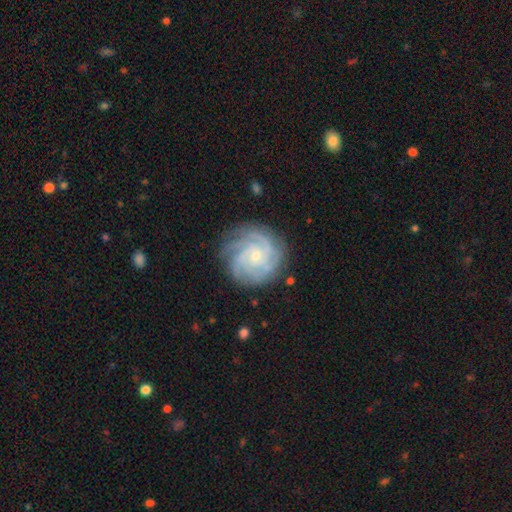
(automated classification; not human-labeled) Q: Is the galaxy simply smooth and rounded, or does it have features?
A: featured or disk — 87%.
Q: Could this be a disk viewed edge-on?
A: no — 98%.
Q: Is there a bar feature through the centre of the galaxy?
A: no — 73%.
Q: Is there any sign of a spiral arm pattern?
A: yes — 98%.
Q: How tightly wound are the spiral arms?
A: tight — 73%.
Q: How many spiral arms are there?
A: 4 — 34%.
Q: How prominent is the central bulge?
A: small — 72%.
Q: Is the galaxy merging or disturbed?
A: none — 80%.